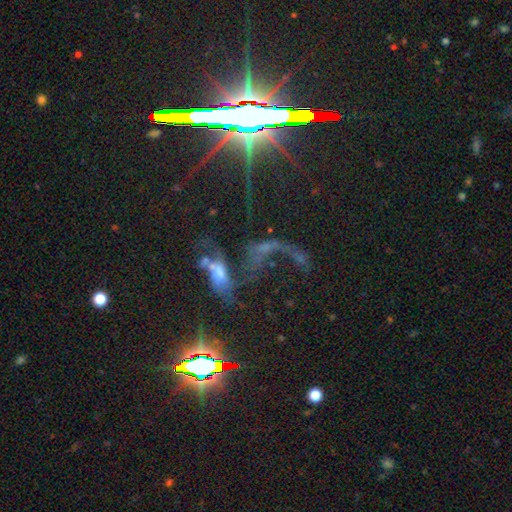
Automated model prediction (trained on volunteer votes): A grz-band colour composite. It shows a featured or disk galaxy (43%). Merging: major disturbance (35%).